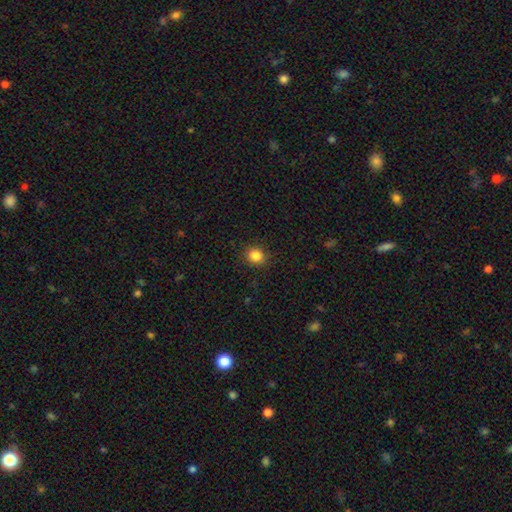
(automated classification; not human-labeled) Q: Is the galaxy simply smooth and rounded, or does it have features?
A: smooth — 85%.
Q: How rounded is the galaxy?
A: round — 82%.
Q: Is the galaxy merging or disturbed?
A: none — 90%.